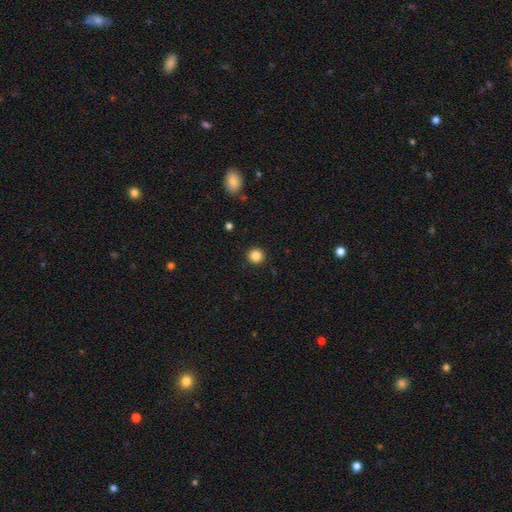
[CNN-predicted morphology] This appears to be a smooth galaxy with no disk features (85%) that is round (94%). Merging: none (93%).